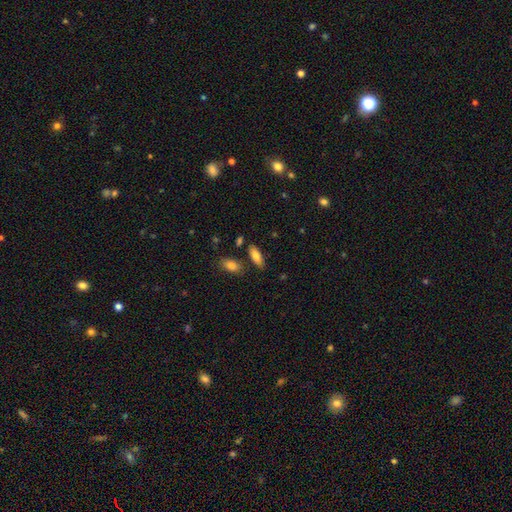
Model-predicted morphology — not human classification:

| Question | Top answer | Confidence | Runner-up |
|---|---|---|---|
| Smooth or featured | smooth | 80% | featured or disk (13%) |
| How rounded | in between | 72% | cigar-shaped (26%) |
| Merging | none | 78% | minor disturbance (12%) |